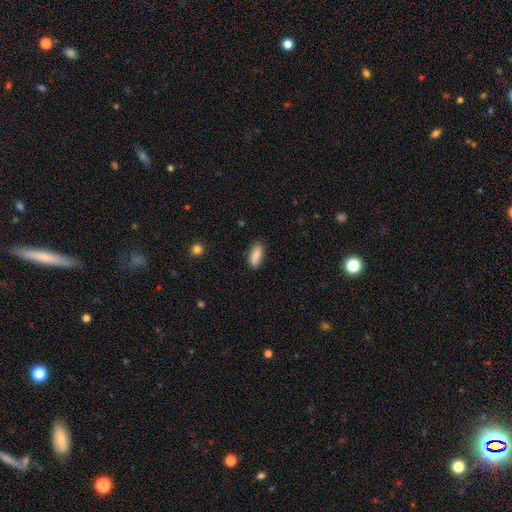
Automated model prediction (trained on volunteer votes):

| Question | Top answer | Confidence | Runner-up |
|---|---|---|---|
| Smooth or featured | smooth | 88% | star or artifact (7%) |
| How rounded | in between | 82% | cigar-shaped (16%) |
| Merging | none | 84% | minor disturbance (12%) |